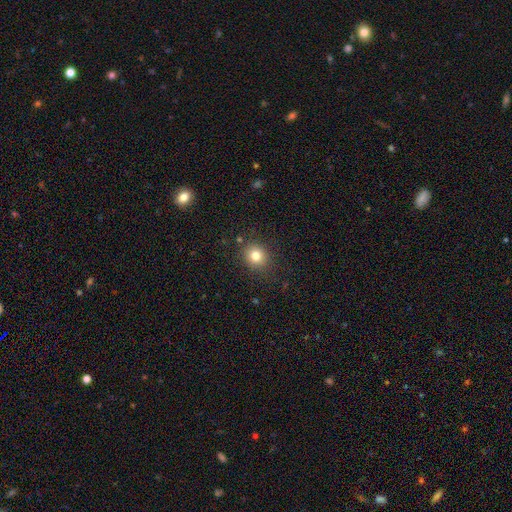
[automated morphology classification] A smooth galaxy with no disk features (80%) that is round (81%). Merging: none (86%).